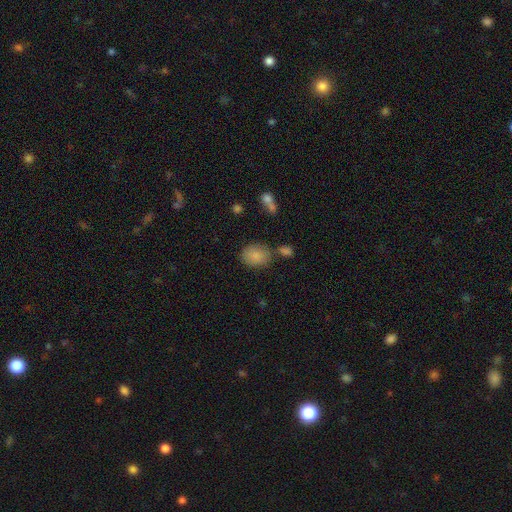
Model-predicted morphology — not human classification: A smooth galaxy with no disk features (83%) that is in between round and cigar-shaped (57%).

Vote fractions:
- Smooth or featured? smooth: 83% / featured or disk: 9% / star or artifact: 9%
- How rounded? in between: 57% / round: 41% / cigar-shaped: 1%
- Merging? none: 67% / minor disturbance: 17% / merger: 11% / major disturbance: 5%